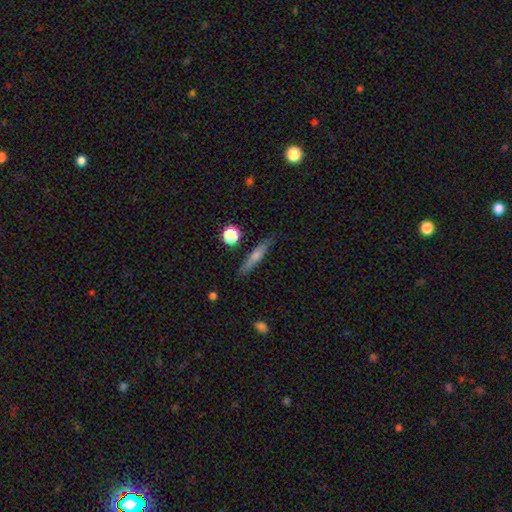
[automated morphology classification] A smooth galaxy with no disk features (61%) that is cigar-shaped (88%). Merging: none (84%).